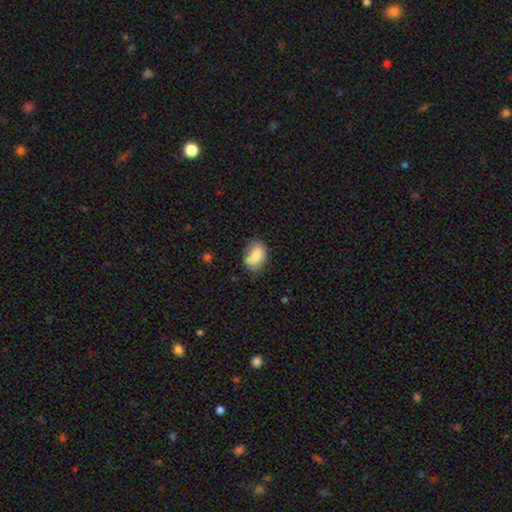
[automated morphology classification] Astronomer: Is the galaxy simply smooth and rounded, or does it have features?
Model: smooth — 79%.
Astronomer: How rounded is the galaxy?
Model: in between — 80%.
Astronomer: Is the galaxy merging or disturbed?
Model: none — 70%.